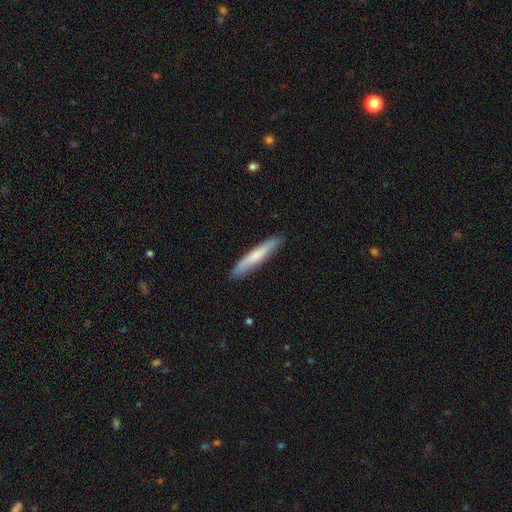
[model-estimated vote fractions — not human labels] Q: Smooth or featured?
A: smooth (69%); runner-up: featured or disk (26%)
Q: How rounded?
A: cigar-shaped (92%); runner-up: in between (6%)
Q: Merging?
A: none (89%); runner-up: minor disturbance (9%)